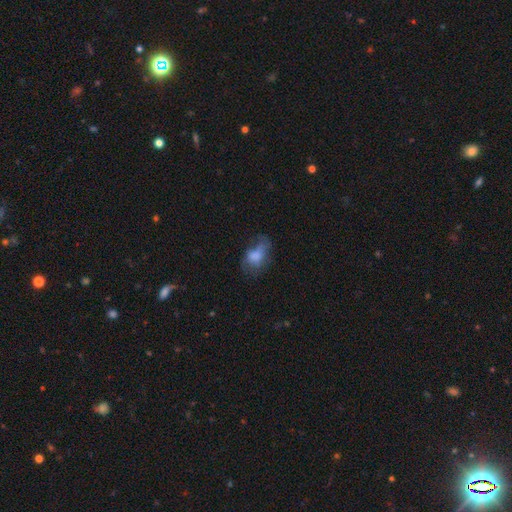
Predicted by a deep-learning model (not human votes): Q: Smooth or featured?
A: smooth (64%); runner-up: featured or disk (26%)
Q: How rounded?
A: in between (81%); runner-up: round (17%)
Q: Merging?
A: major disturbance (35%); runner-up: none (34%)